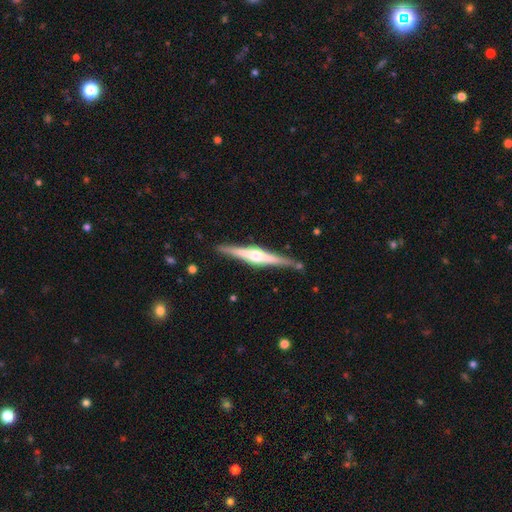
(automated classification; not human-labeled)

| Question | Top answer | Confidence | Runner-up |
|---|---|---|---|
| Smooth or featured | featured or disk | 80% | smooth (15%) |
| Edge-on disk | yes | 98% | no (2%) |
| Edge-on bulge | rounded | 84% | boxy (11%) |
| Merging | none | 88% | minor disturbance (9%) |